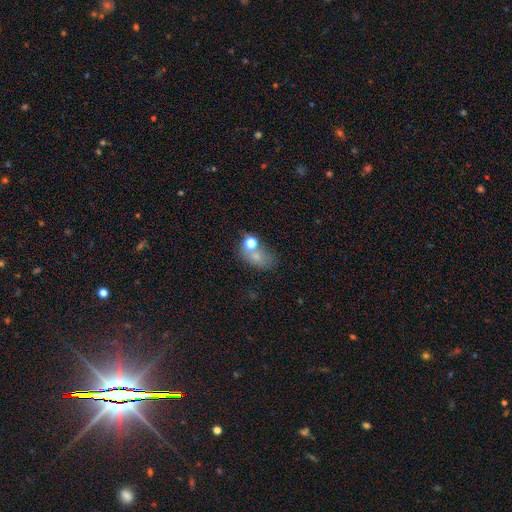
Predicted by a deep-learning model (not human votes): Morphology: type=smooth (65%); roundness=in between (68%); merging=none (43%).